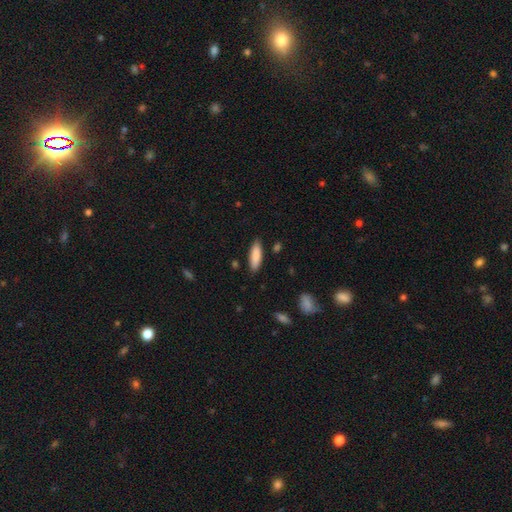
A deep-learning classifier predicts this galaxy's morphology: Smooth or featured?
  - smooth: 87% *
  - featured or disk: 8%
  - star or artifact: 6%
How rounded?
  - cigar-shaped: 53% *
  - in between: 45%
  - round: 1%
Merging?
  - none: 86% *
  - minor disturbance: 10%
  - major disturbance: 2%
  - merger: 2%